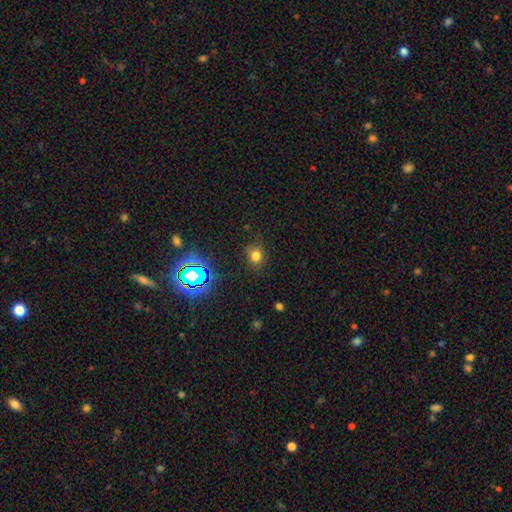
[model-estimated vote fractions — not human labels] A smooth galaxy with no disk features (72%) that is round (72%).

Vote fractions:
- Smooth or featured? smooth: 72% / star or artifact: 21% / featured or disk: 7%
- How rounded? round: 72% / in between: 27% / cigar-shaped: 1%
- Merging? none: 78% / minor disturbance: 16% / major disturbance: 5% / merger: 2%